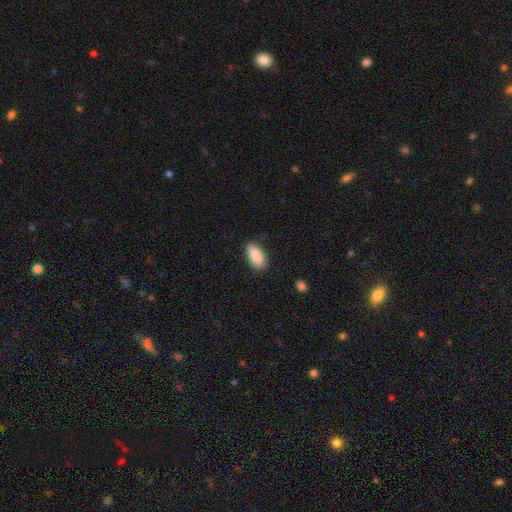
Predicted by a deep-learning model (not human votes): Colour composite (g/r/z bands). It shows a smooth galaxy with no disk features (90%) that is in between round and cigar-shaped (91%). Merging: none (81%).